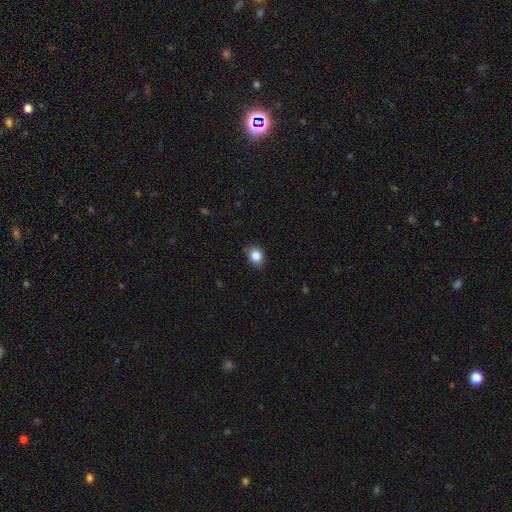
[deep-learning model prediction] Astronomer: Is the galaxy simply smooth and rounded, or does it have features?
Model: smooth — 85%.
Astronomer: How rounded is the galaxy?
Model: round — 51% (runner-up: in between, 48%).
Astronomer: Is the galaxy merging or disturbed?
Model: none — 84%.